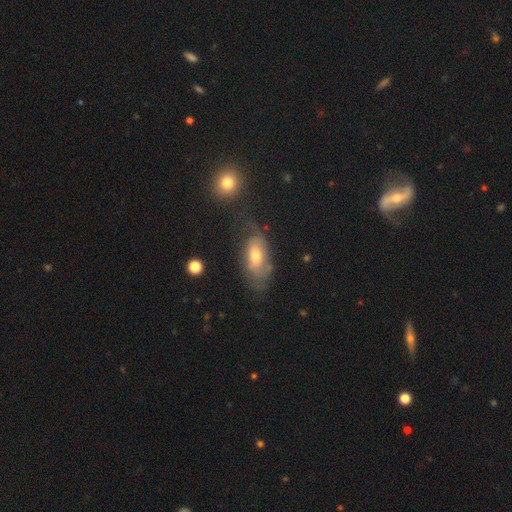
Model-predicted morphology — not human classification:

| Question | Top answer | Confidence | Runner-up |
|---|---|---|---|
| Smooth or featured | smooth | 46% | featured or disk (45%) |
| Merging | none | 49% | minor disturbance (28%) |